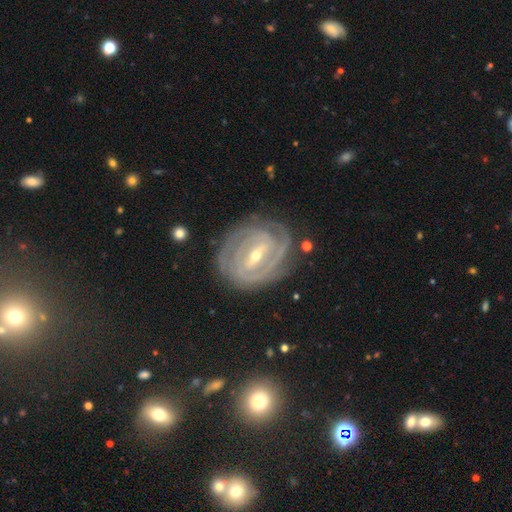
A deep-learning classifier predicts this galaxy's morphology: Q: Smooth or featured?
A: featured or disk (89%); runner-up: smooth (6%)
Q: Edge-on disk?
A: no (95%); runner-up: yes (5%)
Q: Bar?
A: strong (59%); runner-up: weak (31%)
Q: Spiral arms?
A: yes (96%); runner-up: no (4%)
Q: Spiral winding?
A: tight (82%); runner-up: medium (15%)
Q: Spiral arm count?
A: 2 (36%); runner-up: can't tell (24%)
Q: Bulge size?
A: small (54%); runner-up: moderate (43%)
Q: Merging?
A: none (79%); runner-up: minor disturbance (14%)